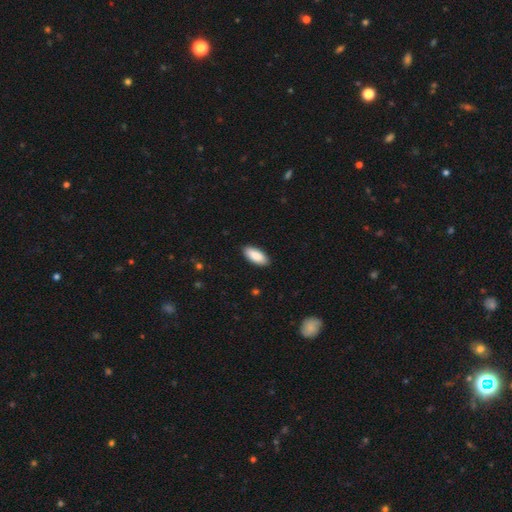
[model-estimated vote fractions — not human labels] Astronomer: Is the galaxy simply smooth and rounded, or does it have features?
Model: smooth — 90%.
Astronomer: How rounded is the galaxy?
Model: in between — 88%.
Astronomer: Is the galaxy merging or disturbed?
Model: none — 89%.